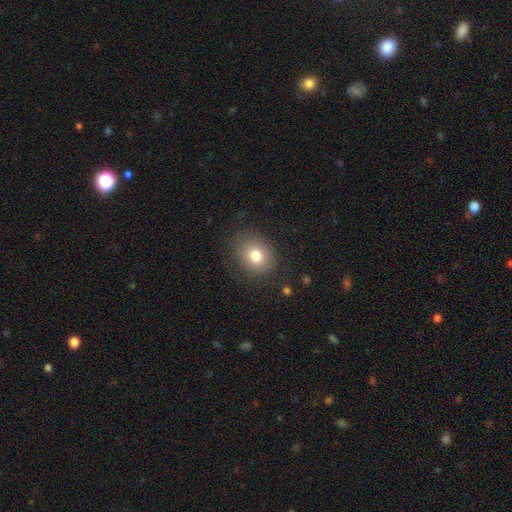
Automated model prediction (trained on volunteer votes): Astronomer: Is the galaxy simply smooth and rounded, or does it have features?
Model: smooth — 79%.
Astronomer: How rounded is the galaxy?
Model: round — 57% (runner-up: in between, 42%).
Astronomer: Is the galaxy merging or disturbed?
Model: none — 79%.